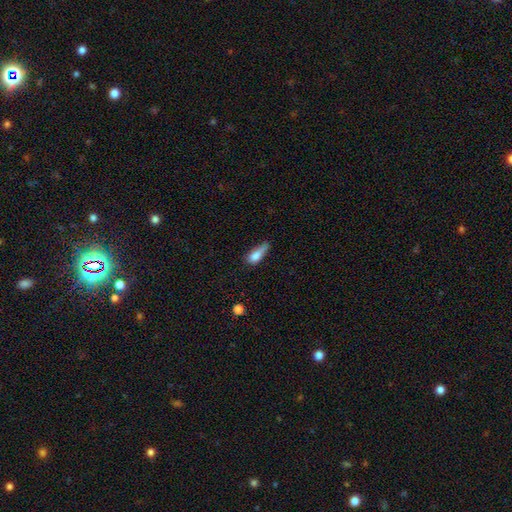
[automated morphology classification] A smooth galaxy with no disk features (73%) that is in between round and cigar-shaped (65%).

Vote fractions:
- Smooth or featured? smooth: 73% / featured or disk: 18% / star or artifact: 9%
- How rounded? in between: 65% / cigar-shaped: 27% / round: 8%
- Merging? minor disturbance: 36% / major disturbance: 30% / none: 26% / merger: 8%